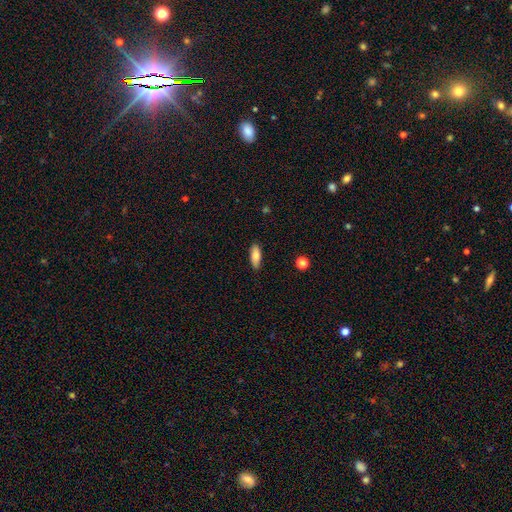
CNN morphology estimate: Q: Smooth or featured?
A: smooth (81%); runner-up: featured or disk (12%)
Q: How rounded?
A: in between (73%); runner-up: cigar-shaped (25%)
Q: Merging?
A: none (87%); runner-up: minor disturbance (10%)